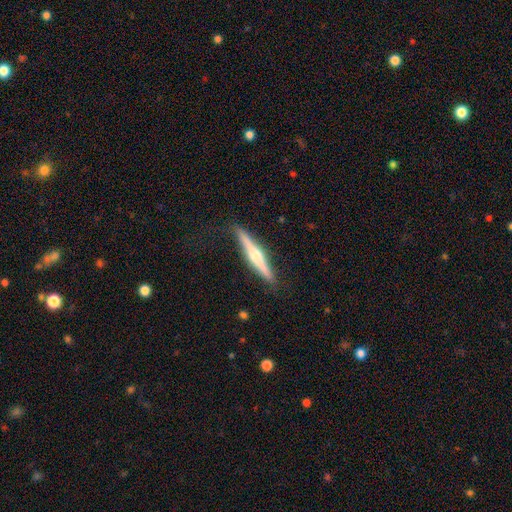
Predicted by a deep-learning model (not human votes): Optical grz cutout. It shows a featured or disk galaxy (70%) viewed edge-on (98%) with a rounded central bulge (89%). Merging: none (87%).